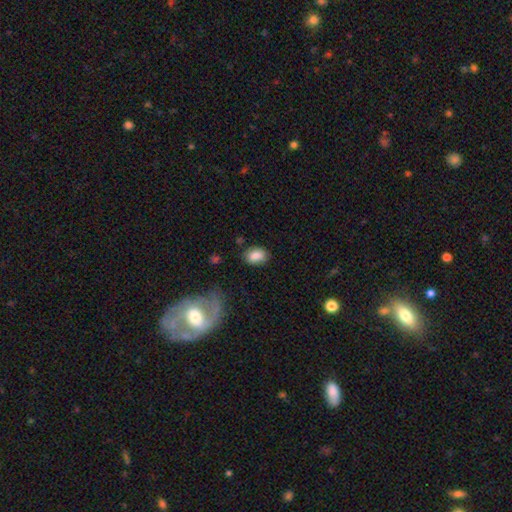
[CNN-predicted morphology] A smooth galaxy with no disk features (84%) that is in between round and cigar-shaped (76%). Merging: none (79%).